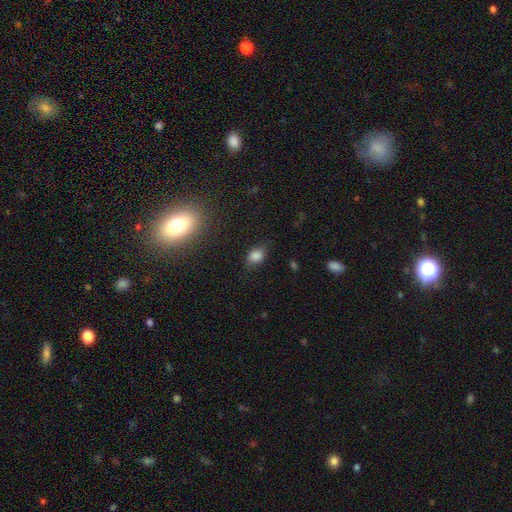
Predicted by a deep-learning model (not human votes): Smooth or featured?
  - smooth: 80% *
  - star or artifact: 12%
  - featured or disk: 8%
How rounded?
  - in between: 69% *
  - round: 29%
  - cigar-shaped: 2%
Merging?
  - none: 67% *
  - minor disturbance: 24%
  - major disturbance: 7%
  - merger: 2%